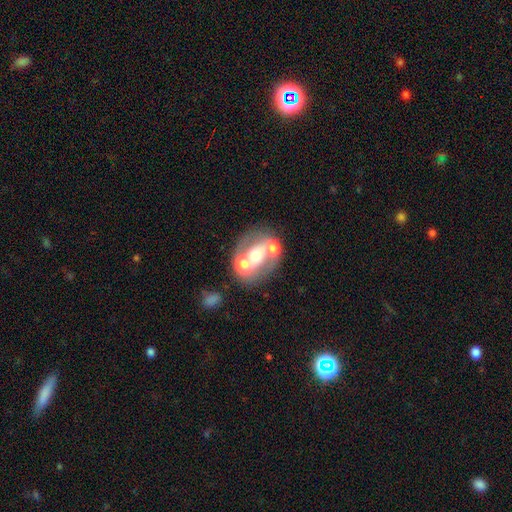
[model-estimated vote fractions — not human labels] This is possibly a featured or disk galaxy (54%). It is clearly not viewed edge-on (96%). Bar: likely no (80%). Spiral arm pattern: clearly no (83%). Central bulge: possibly moderate (55%). Merging: possibly merger (47%).